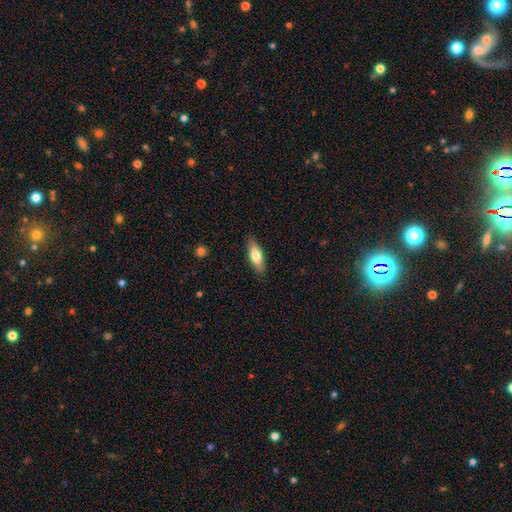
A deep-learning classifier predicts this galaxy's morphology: smooth 71%, featured or disk 23%, star or artifact 6%. Down the decision tree: how rounded — in between (64%); merging — none (87%).